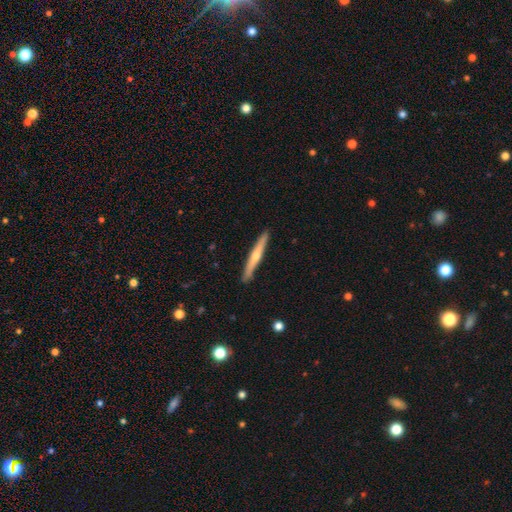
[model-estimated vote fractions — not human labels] This appears to be a featured or disk galaxy (60%) viewed edge-on (96%) with a rounded central bulge (77%). Merging: none (92%).